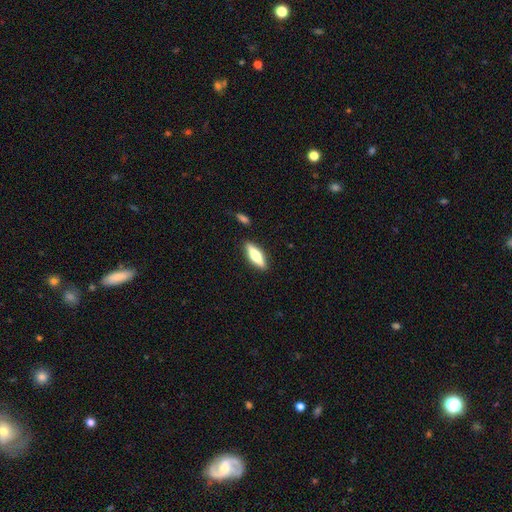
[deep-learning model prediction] Smooth or featured? smooth (49%)
Merging? none (88%)